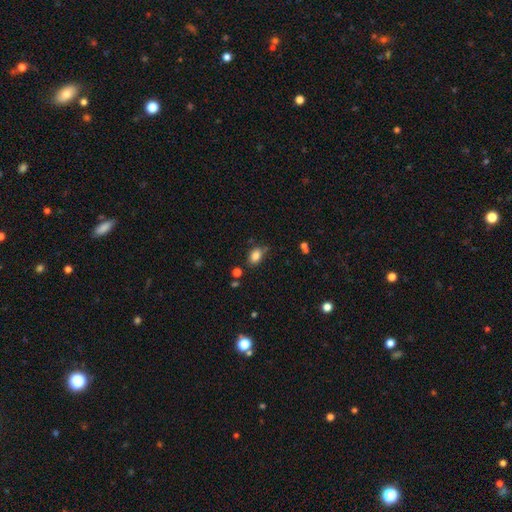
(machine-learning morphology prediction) type=smooth (83%); roundness=in between (79%); merging=none (71%).